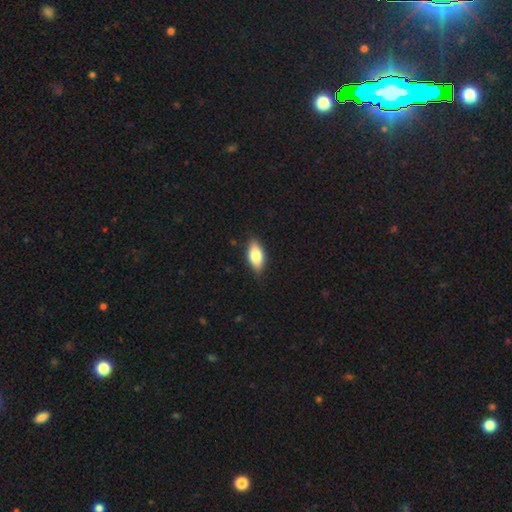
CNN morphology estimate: The model was most divided on "smooth or featured": smooth: 80%, featured or disk: 14%, star or artifact: 7%. More confident: how rounded — in between (89%); merging — none (84%).